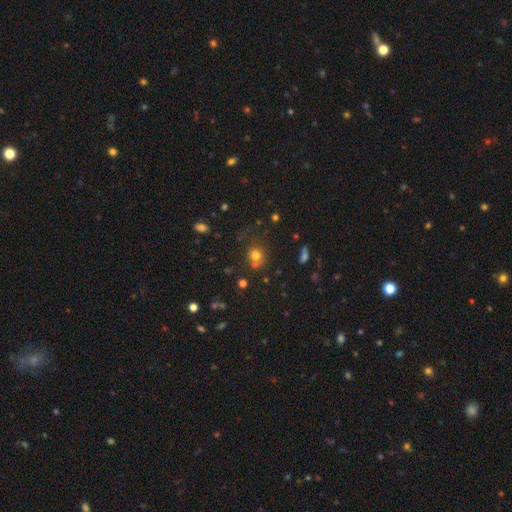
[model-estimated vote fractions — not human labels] This is likely a smooth galaxy (72%). How rounded: likely round (78%). Merging: likely none (61%).